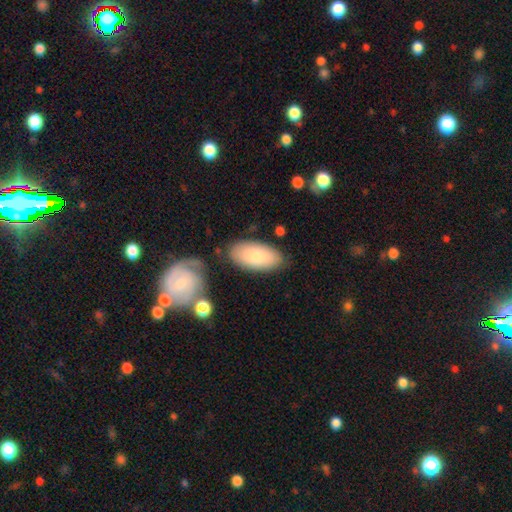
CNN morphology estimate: Q: Smooth or featured?
A: smooth (78%); runner-up: featured or disk (16%)
Q: How rounded?
A: in between (94%); runner-up: cigar-shaped (4%)
Q: Merging?
A: none (76%); runner-up: minor disturbance (14%)